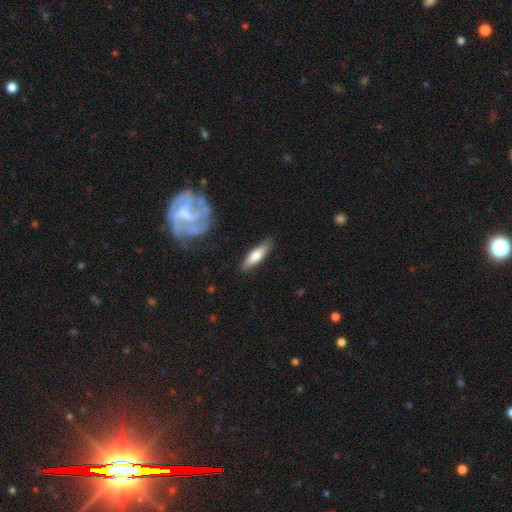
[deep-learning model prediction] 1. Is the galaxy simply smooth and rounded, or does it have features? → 56% smooth, 38% featured or disk, 6% star or artifact.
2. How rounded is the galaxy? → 63% cigar-shaped, 35% in between, 2% round.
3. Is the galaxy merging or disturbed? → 86% none, 10% minor disturbance, 2% major disturbance, 2% merger.